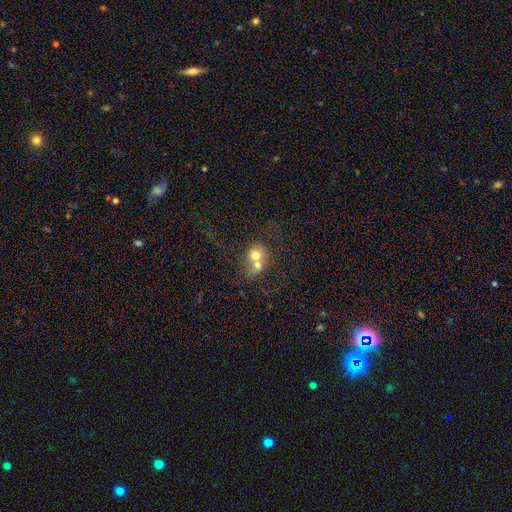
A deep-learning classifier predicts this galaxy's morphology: smooth-or-featured: smooth: 65% | featured or disk: 24% | star or artifact: 11%
  how-rounded: round: 67% | in between: 31% | cigar-shaped: 1%
  merging: merger: 72% | none: 18% | minor disturbance: 6% | major disturbance: 4%